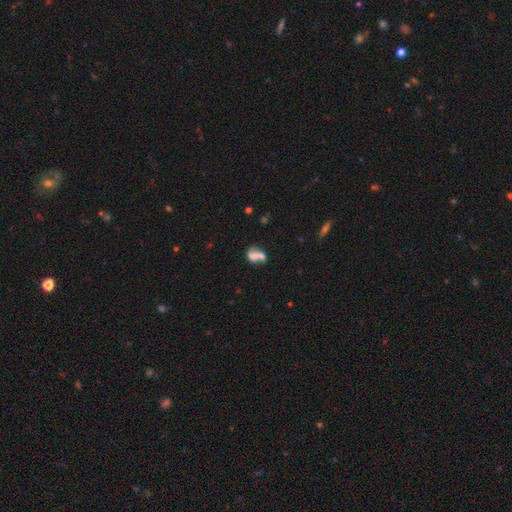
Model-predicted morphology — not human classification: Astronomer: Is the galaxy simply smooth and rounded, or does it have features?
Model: smooth — 57% (runner-up: featured or disk, 32%).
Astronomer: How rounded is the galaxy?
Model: in between — 67%.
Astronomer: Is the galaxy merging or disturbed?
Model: merger — 60%.